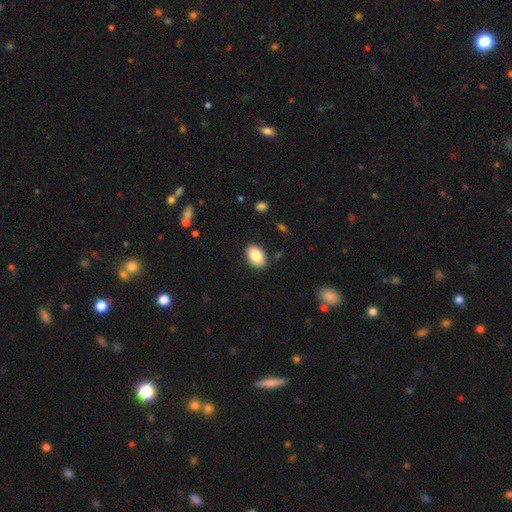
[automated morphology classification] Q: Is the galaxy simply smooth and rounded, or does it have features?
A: smooth — 85%.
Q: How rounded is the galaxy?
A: in between — 85%.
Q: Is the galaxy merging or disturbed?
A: none — 88%.